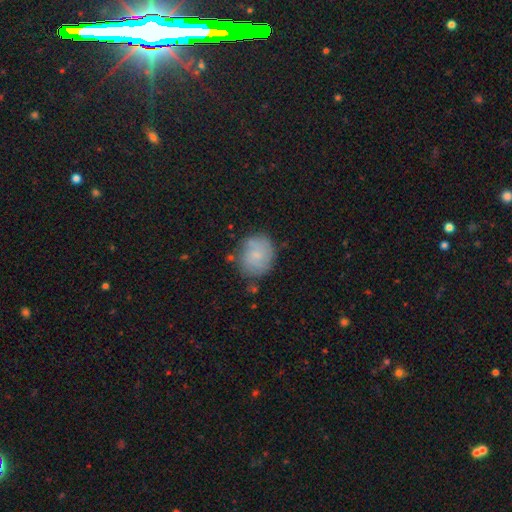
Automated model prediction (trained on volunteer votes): Smooth or featured? Predicted: smooth (p=0.59). How rounded? Predicted: round (p=0.71). Merging? Predicted: none (p=0.70).